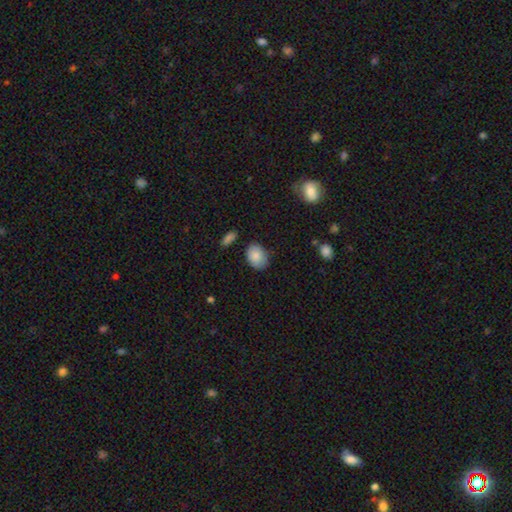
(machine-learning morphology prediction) A smooth galaxy with no disk features (85%) that is in between round and cigar-shaped (80%). Merging: none (79%).